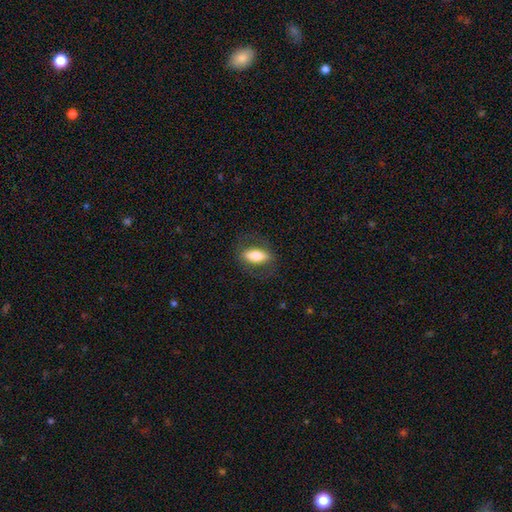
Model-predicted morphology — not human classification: The model was most divided on "smooth or featured": smooth: 66%, featured or disk: 27%, star or artifact: 7%. More confident: merging — none (80%); how rounded — in between (74%).